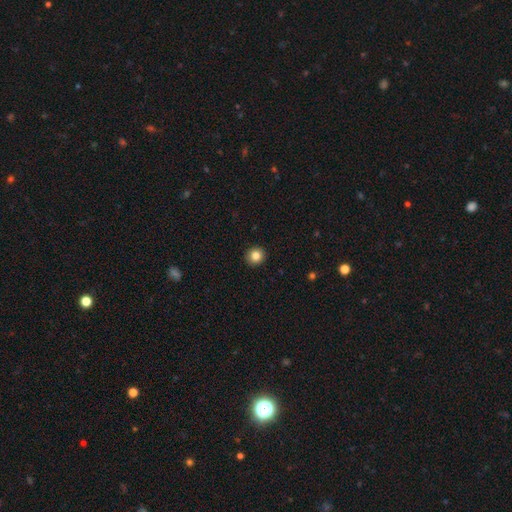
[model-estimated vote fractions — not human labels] A smooth galaxy with no disk features (84%) that is round (89%). Merging: none (93%).